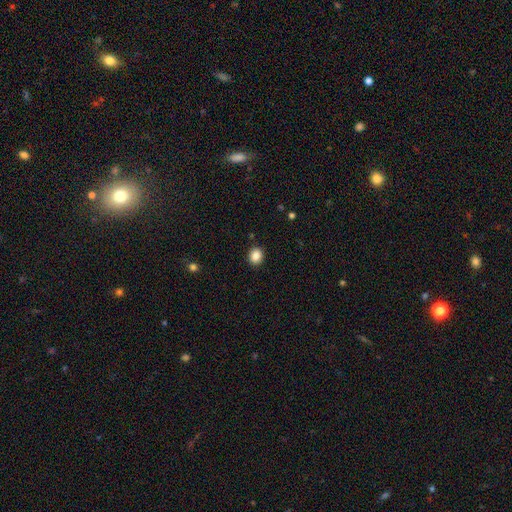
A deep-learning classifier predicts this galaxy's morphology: A smooth galaxy with no disk features (87%) that is round (67%).

Vote fractions:
- Smooth or featured? smooth: 87% / star or artifact: 10% / featured or disk: 4%
- How rounded? round: 67% / in between: 32% / cigar-shaped: 1%
- Merging? none: 90% / minor disturbance: 6% / major disturbance: 2% / merger: 1%